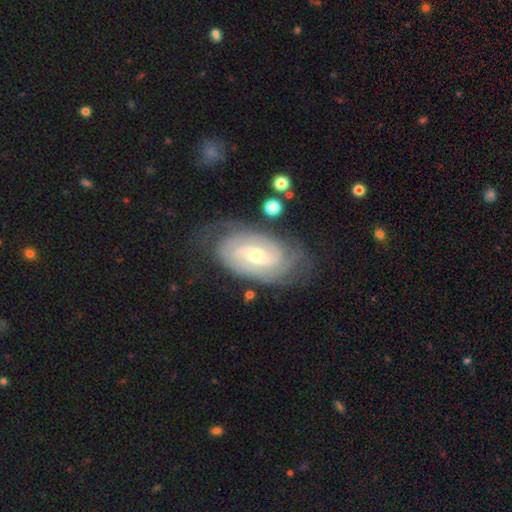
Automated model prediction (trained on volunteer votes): Overall: featured or disk (85%). Edge-on disk: no (95%). Bar: no (55%; weak 34%). Spiral arms: yes (96%). Spiral arm count: 2 (35%; can't tell 33%). Spiral winding: tight (74%). Bulge size: small (61%; moderate 36%). Merging: none (70%).